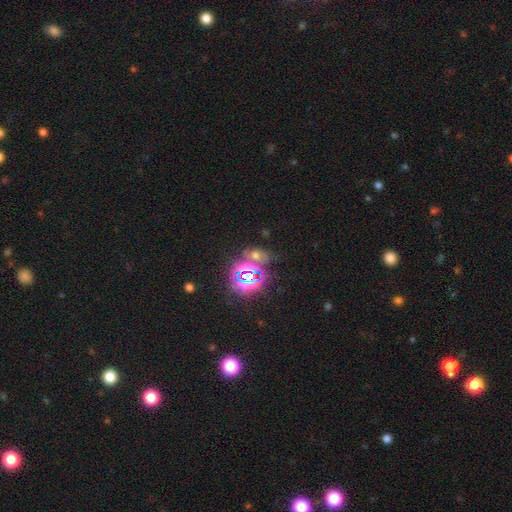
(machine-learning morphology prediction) star or artifact 66%, smooth 24%, featured or disk 10%.